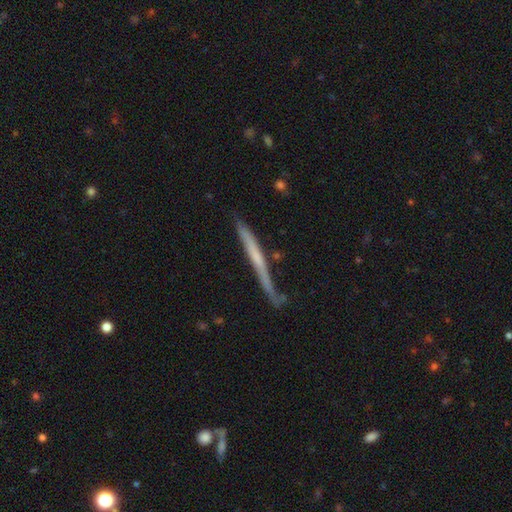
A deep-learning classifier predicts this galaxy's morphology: smooth_or_featured: featured or disk (p=0.54) [alt: smooth p=0.40]
disk_edge_on: yes (p=0.94) [alt: no p=0.06]
edge_on_bulge: none (p=0.80) [alt: rounded p=0.14]
merging: none (p=0.67) [alt: minor disturbance p=0.22]